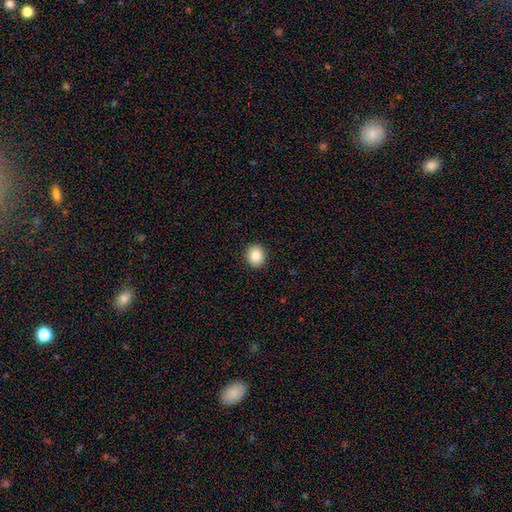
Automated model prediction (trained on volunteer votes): This is clearly a smooth galaxy (87%). How rounded: clearly round (81%). Merging: clearly none (92%).